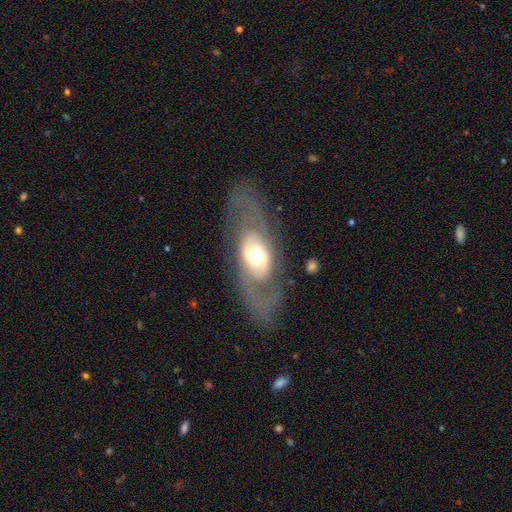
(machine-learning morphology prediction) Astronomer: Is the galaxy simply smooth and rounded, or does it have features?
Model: featured or disk — 70%.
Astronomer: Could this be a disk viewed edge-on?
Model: no — 87%.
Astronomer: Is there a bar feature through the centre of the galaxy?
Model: no — 65%.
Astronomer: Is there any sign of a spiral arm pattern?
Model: yes — 62% (runner-up: no, 38%).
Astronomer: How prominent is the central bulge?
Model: moderate — 60%.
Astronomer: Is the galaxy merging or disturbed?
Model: none — 72%.